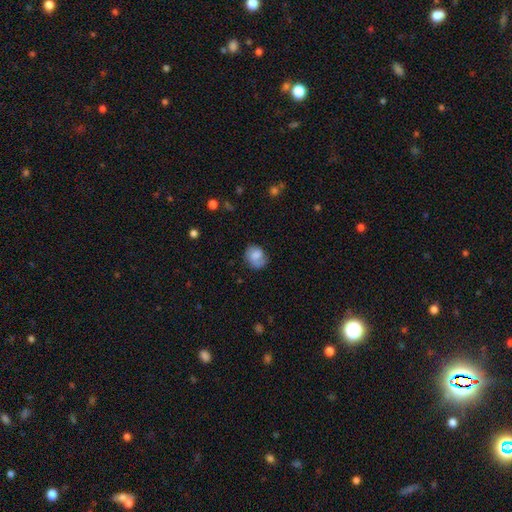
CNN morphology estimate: The model was most divided on "how rounded": round: 55%, in between: 44%, cigar-shaped: 1%. More confident: smooth or featured — smooth (71%); merging — none (59%).